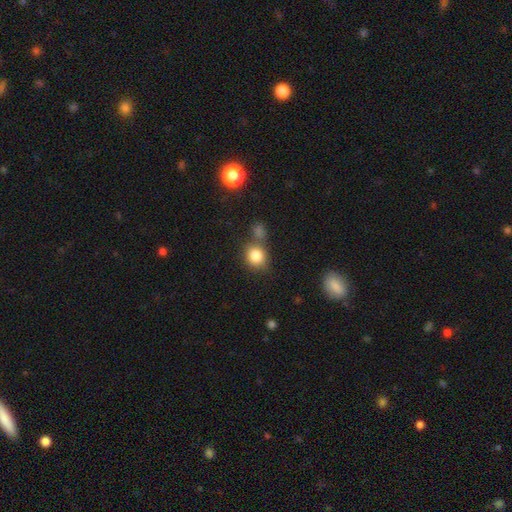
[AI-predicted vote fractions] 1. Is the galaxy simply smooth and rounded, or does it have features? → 83% smooth, 10% star or artifact, 7% featured or disk.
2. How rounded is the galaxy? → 73% round, 26% in between, 1% cigar-shaped.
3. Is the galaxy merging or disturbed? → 57% none, 25% merger, 14% minor disturbance, 5% major disturbance.